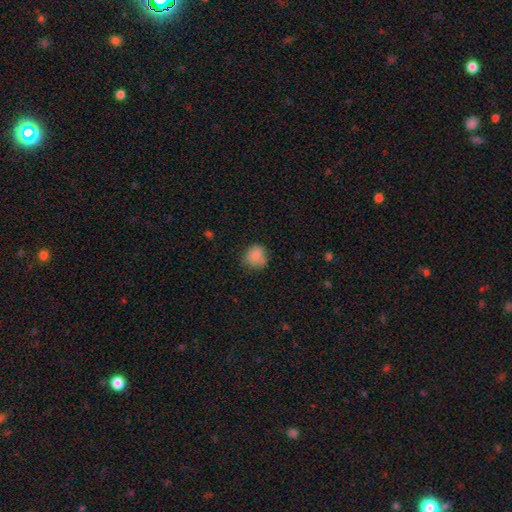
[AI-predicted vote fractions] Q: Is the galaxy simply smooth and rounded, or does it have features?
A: smooth — 84%.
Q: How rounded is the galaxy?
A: round — 79%.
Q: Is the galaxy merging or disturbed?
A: none — 70%.